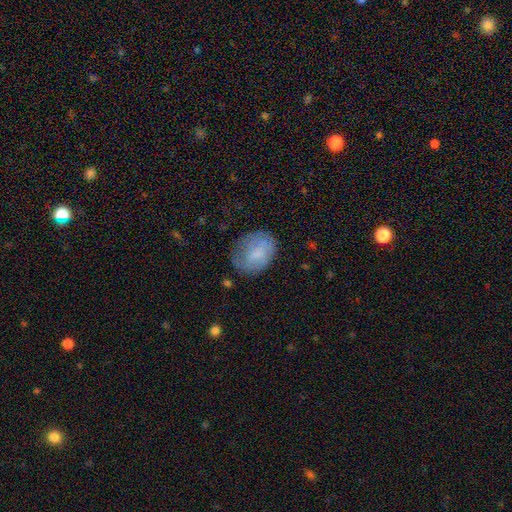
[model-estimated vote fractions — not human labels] Smooth or featured? Predicted: smooth (p=0.67). How rounded? Predicted: in between (p=0.64). Merging? Predicted: none (p=0.63).